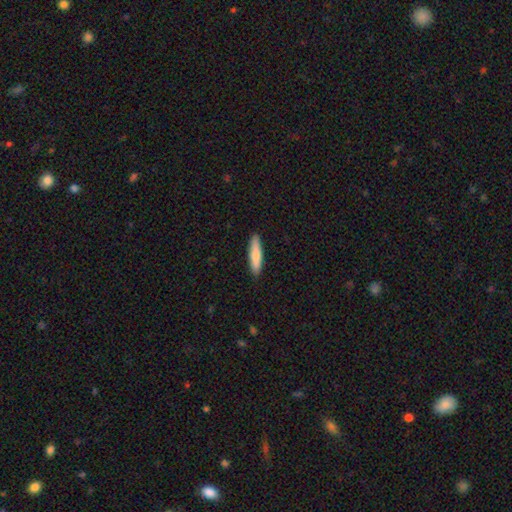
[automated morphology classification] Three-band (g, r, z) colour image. It shows a smooth galaxy with no disk features (78%) that is cigar-shaped (79%). Merging: none (91%).